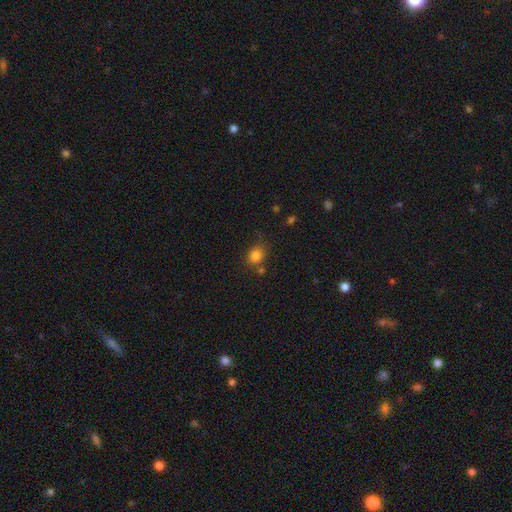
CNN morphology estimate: A smooth galaxy with no disk features (82%) that is round (55%).

Vote fractions:
- Smooth or featured? smooth: 82% / star or artifact: 12% / featured or disk: 6%
- How rounded? round: 55% / in between: 44% / cigar-shaped: 1%
- Merging? none: 69% / minor disturbance: 16% / merger: 10% / major disturbance: 5%